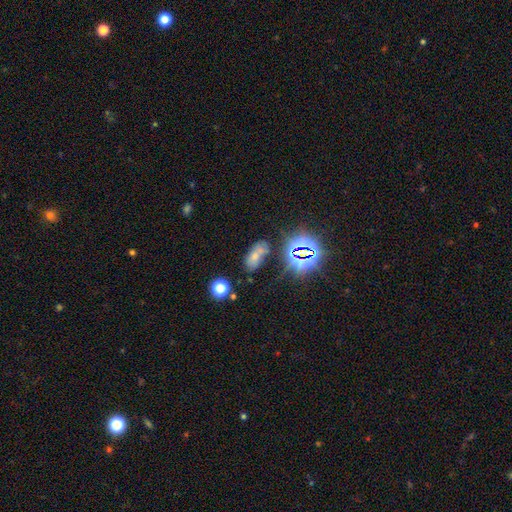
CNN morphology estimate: Smooth or featured?
  - smooth: 52% *
  - star or artifact: 30%
  - featured or disk: 18%
How rounded?
  - in between: 86% *
  - round: 8%
  - cigar-shaped: 6%
Merging?
  - none: 53% *
  - merger: 21%
  - minor disturbance: 18%
  - major disturbance: 8%